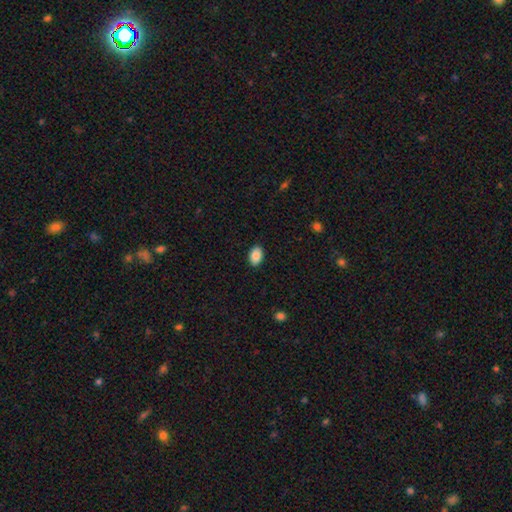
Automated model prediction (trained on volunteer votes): The model was most divided on "smooth or featured": smooth: 87%, star or artifact: 7%, featured or disk: 6%. More confident: how rounded — in between (90%); merging — none (89%).